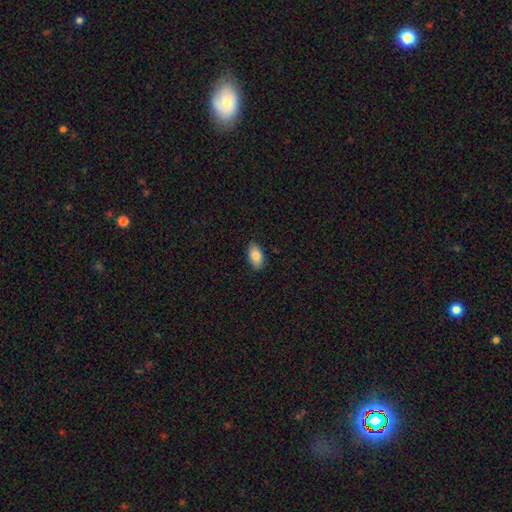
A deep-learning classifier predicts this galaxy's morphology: Overall: smooth (87%). How rounded: in between (94%). Merging: none (87%).